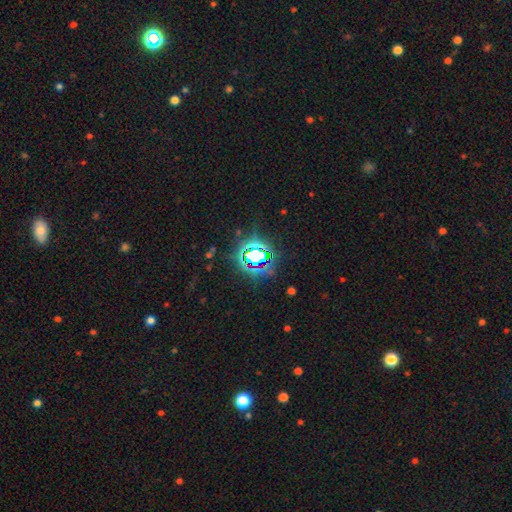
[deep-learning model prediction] Smooth or featured? star or artifact (77%)